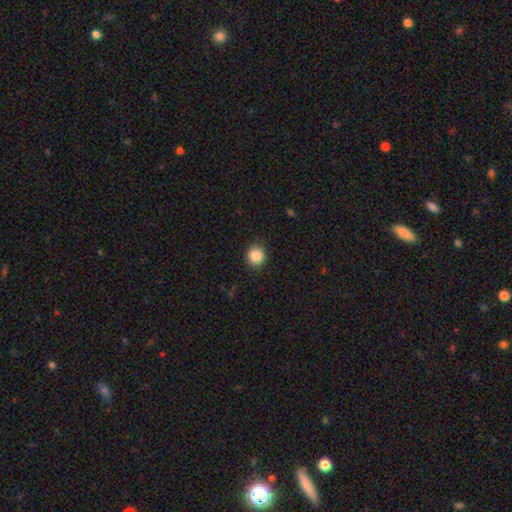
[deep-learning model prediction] smooth-or-featured: smooth: 86% | star or artifact: 10% | featured or disk: 4%
  how-rounded: round: 87% | in between: 12% | cigar-shaped: 1%
  merging: none: 89% | minor disturbance: 8% | major disturbance: 2% | merger: 1%